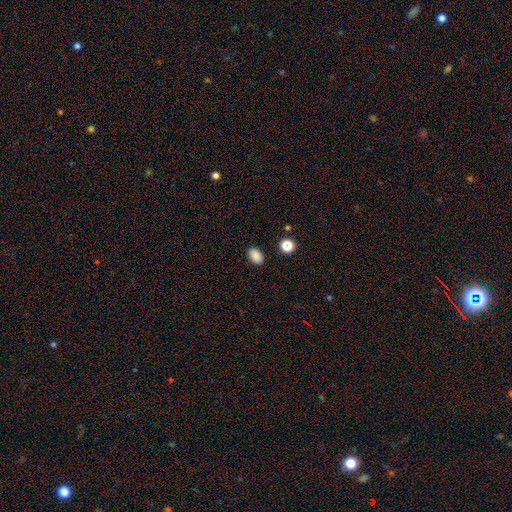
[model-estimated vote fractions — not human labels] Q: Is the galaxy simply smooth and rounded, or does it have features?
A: smooth — 86%.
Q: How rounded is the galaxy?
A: in between — 82%.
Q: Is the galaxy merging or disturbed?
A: none — 88%.